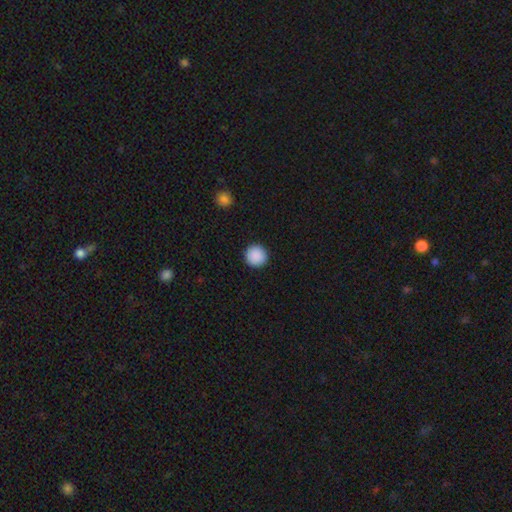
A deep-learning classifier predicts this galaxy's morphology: Smooth or featured: smooth — 90% (star or artifact — 8%)
How rounded: round — 96% (in between — 3%)
Merging: none — 93% (minor disturbance — 4%)